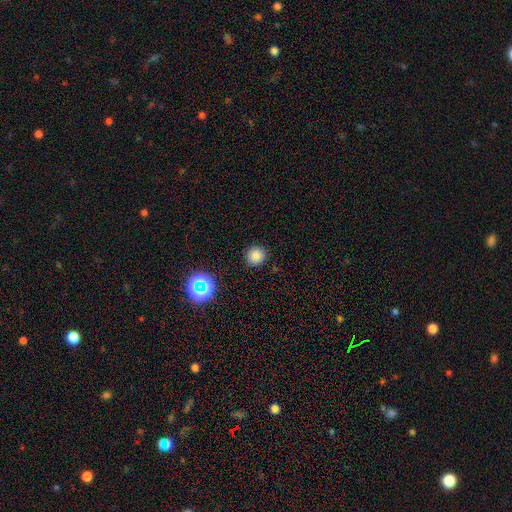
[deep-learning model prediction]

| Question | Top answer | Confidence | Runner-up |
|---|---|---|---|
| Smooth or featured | smooth | 80% | star or artifact (15%) |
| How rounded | round | 89% | in between (10%) |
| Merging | none | 89% | minor disturbance (7%) |